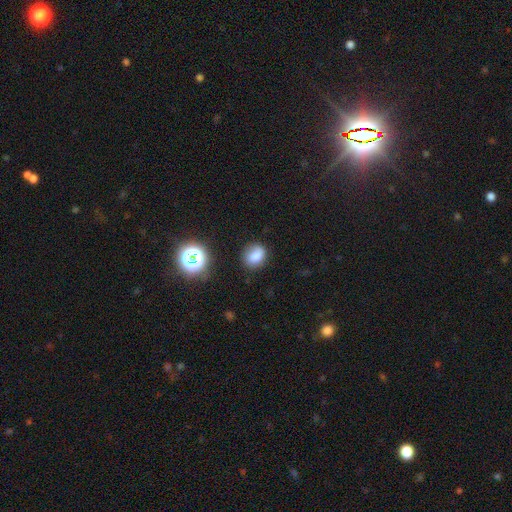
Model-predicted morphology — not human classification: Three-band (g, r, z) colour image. It shows a smooth galaxy with no disk features (76%) that is round (59%). Merging: none (75%).